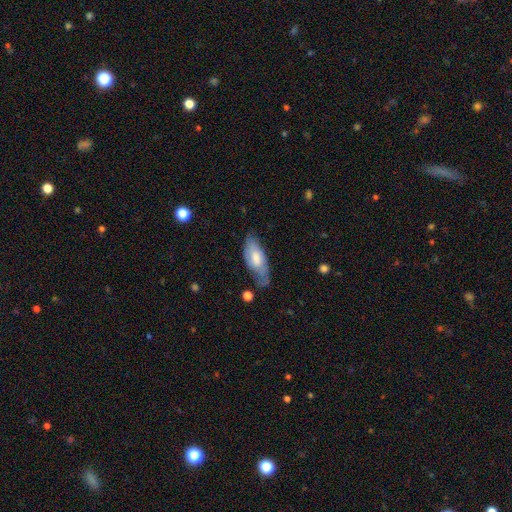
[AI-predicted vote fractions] smooth-or-featured: smooth: 48% | featured or disk: 45% | star or artifact: 7%
  merging: none: 59% | minor disturbance: 29% | major disturbance: 9% | merger: 2%